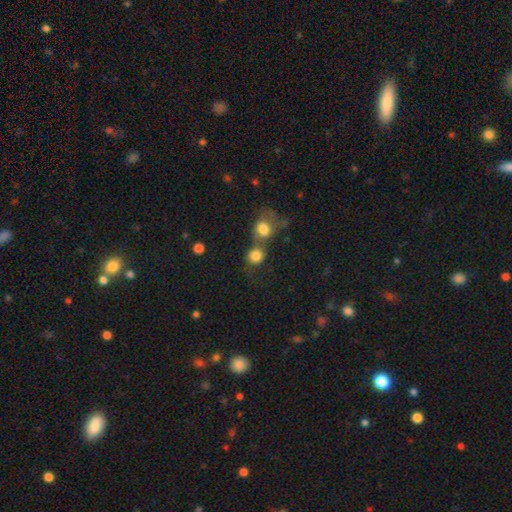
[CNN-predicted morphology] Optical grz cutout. It shows a smooth galaxy with no disk features (82%) that is round (82%). Merging: merger (51%).